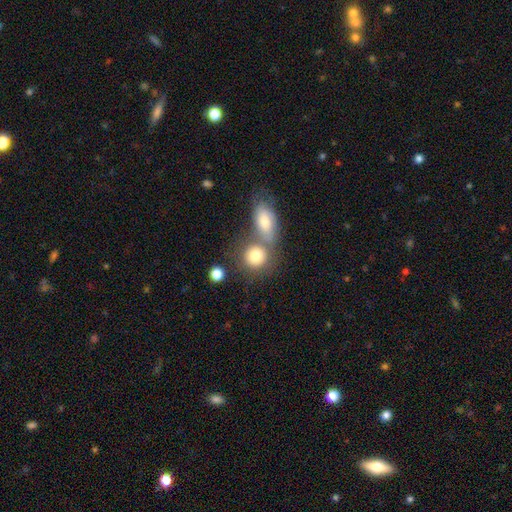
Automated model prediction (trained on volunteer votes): smooth-or-featured: smooth: 79% | featured or disk: 13% | star or artifact: 9%
  how-rounded: round: 76% | in between: 22% | cigar-shaped: 2%
  merging: none: 47% | merger: 39% | minor disturbance: 10% | major disturbance: 4%